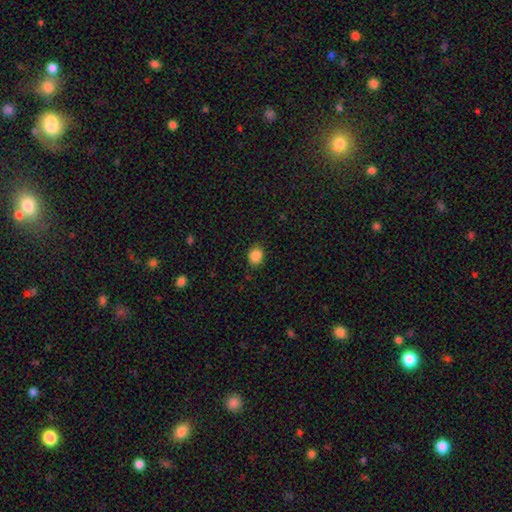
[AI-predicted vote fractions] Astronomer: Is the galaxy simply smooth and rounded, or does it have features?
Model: smooth — 87%.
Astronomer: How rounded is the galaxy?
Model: round — 63%.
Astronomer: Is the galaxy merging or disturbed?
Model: none — 88%.